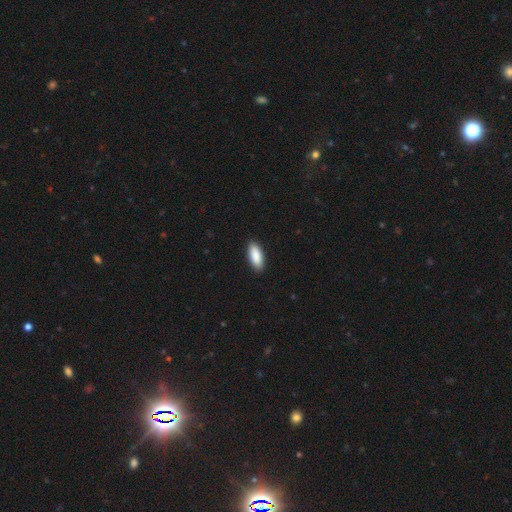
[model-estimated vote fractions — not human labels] Smooth or featured?
  - smooth: 90% *
  - star or artifact: 5%
  - featured or disk: 4%
How rounded?
  - in between: 82% *
  - cigar-shaped: 16%
  - round: 2%
Merging?
  - none: 90% *
  - minor disturbance: 7%
  - major disturbance: 2%
  - merger: 1%